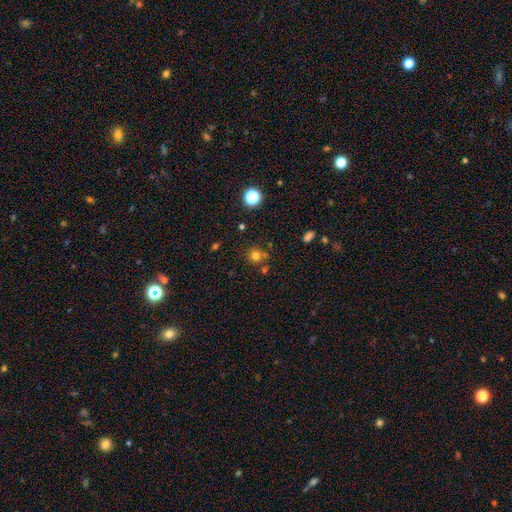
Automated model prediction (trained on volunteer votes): Morphology: type=smooth (73%); roundness=round (91%); merging=none (72%).